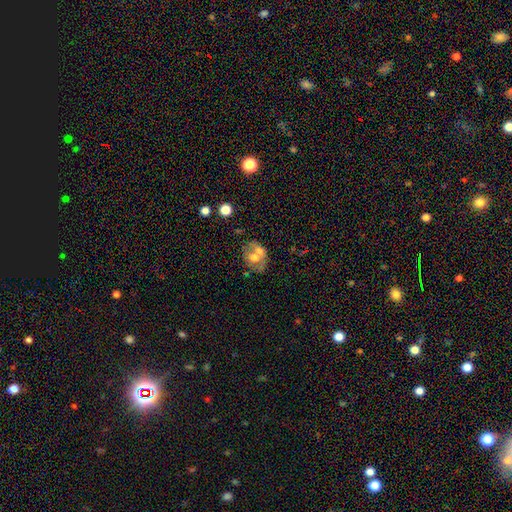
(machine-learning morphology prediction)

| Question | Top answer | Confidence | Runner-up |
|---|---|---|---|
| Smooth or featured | smooth | 49% | featured or disk (43%) |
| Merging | merger | 44% | none (35%) |